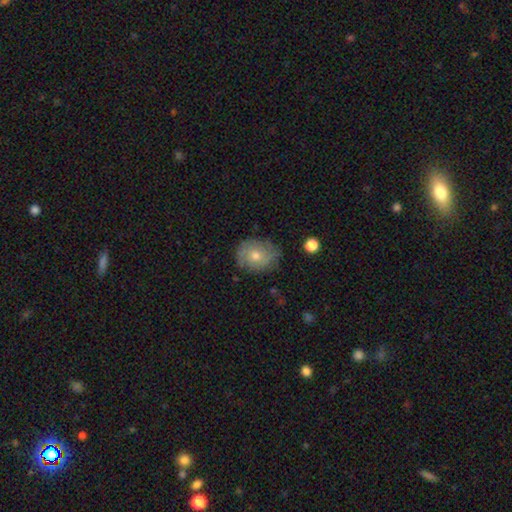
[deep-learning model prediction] Smooth or featured? Predicted: smooth (p=0.48). Merging? Predicted: none (p=0.73).